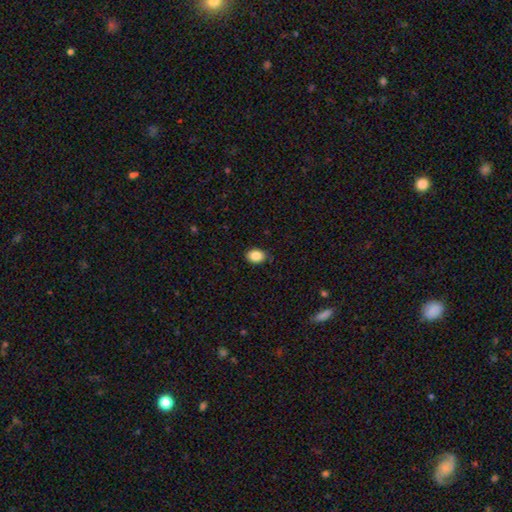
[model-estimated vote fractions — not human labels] Smooth or featured?
  - smooth: 87% *
  - star or artifact: 8%
  - featured or disk: 5%
How rounded?
  - in between: 71% *
  - round: 28%
  - cigar-shaped: 1%
Merging?
  - none: 85% *
  - minor disturbance: 11%
  - major disturbance: 2%
  - merger: 1%